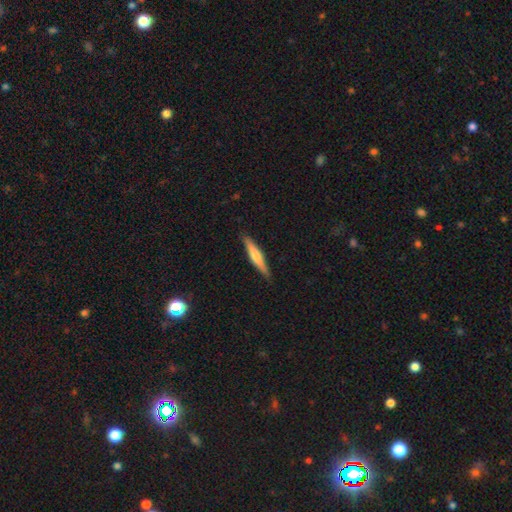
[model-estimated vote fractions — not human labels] Morphology: type=smooth (55%); roundness=cigar-shaped (89%); merging=none (88%).